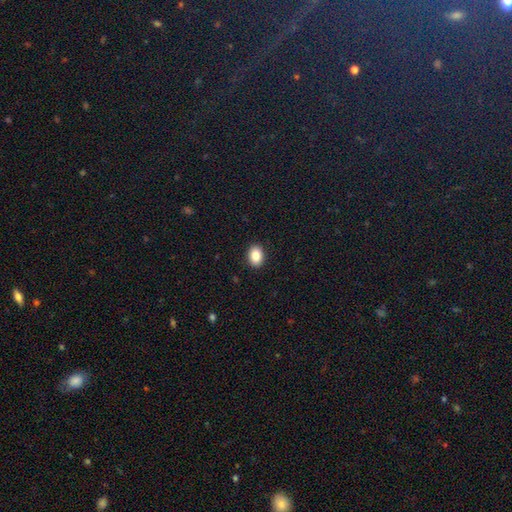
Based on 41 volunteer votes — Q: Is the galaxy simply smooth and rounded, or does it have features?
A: smooth — 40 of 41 (98%).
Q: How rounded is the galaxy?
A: in between — 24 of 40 (60%).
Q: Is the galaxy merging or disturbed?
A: none — 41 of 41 (100%).